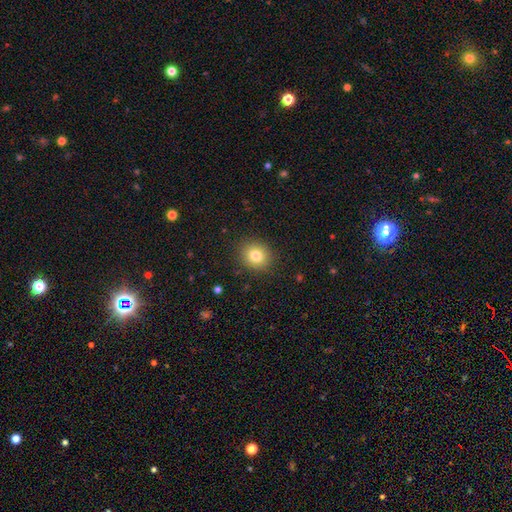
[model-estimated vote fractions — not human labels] This is clearly a smooth galaxy (80%). How rounded: clearly round (82%). Merging: clearly none (89%).